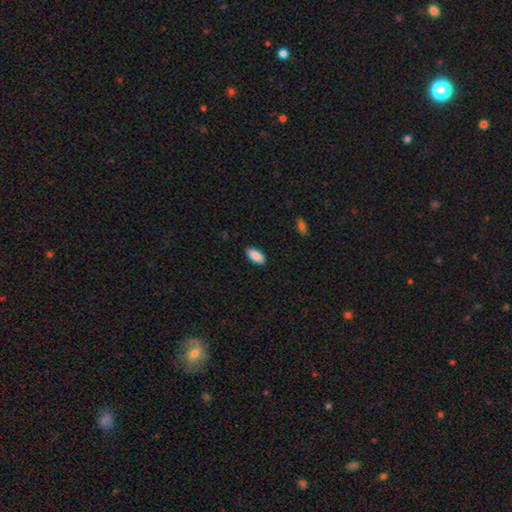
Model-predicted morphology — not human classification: smooth-or-featured: smooth: 89% | star or artifact: 6% | featured or disk: 4%
  how-rounded: in between: 91% | cigar-shaped: 7% | round: 2%
  merging: none: 88% | minor disturbance: 9% | major disturbance: 2% | merger: 1%